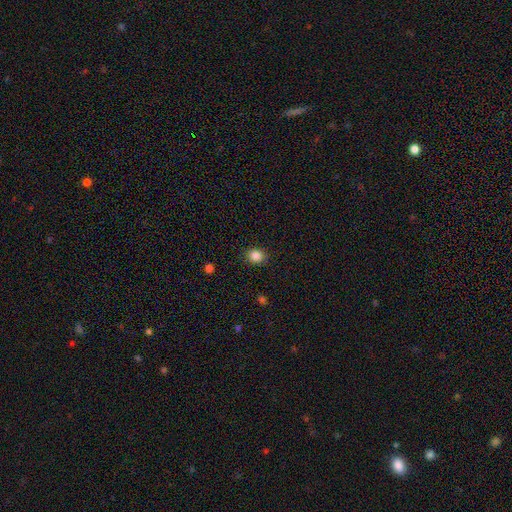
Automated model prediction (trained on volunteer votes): Smooth or featured: smooth — 85% (star or artifact — 11%)
How rounded: round — 70% (in between — 29%)
Merging: none — 89% (minor disturbance — 8%)